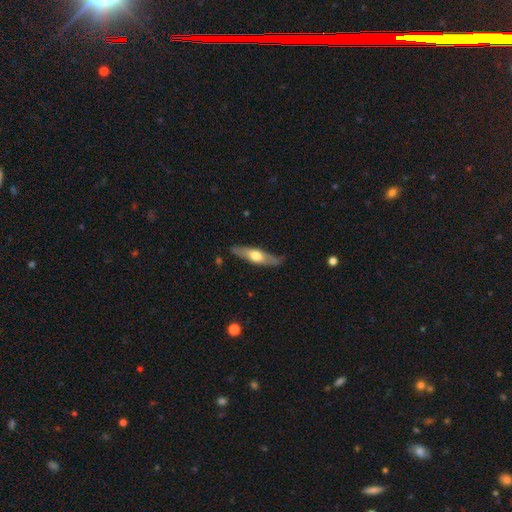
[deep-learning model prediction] Smooth or featured?
  - featured or disk: 51% *
  - smooth: 44%
  - star or artifact: 5%
Edge-on disk?
  - yes: 75% *
  - no: 25%
Merging?
  - none: 79% *
  - minor disturbance: 16%
  - major disturbance: 3%
  - merger: 2%